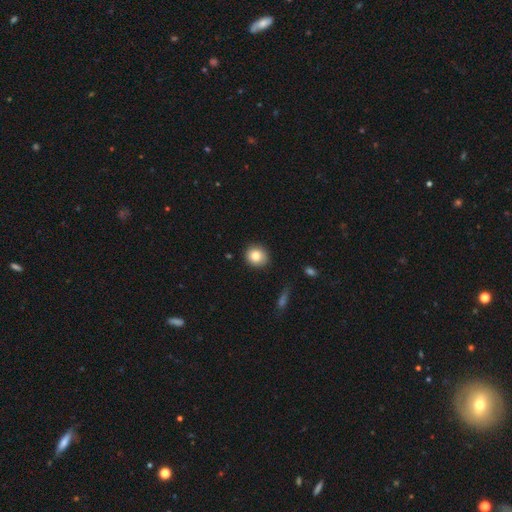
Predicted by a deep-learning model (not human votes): Smooth or featured?
  - smooth: 81% *
  - star or artifact: 10%
  - featured or disk: 9%
How rounded?
  - round: 87% *
  - in between: 12%
  - cigar-shaped: 1%
Merging?
  - none: 89% *
  - minor disturbance: 8%
  - major disturbance: 2%
  - merger: 1%